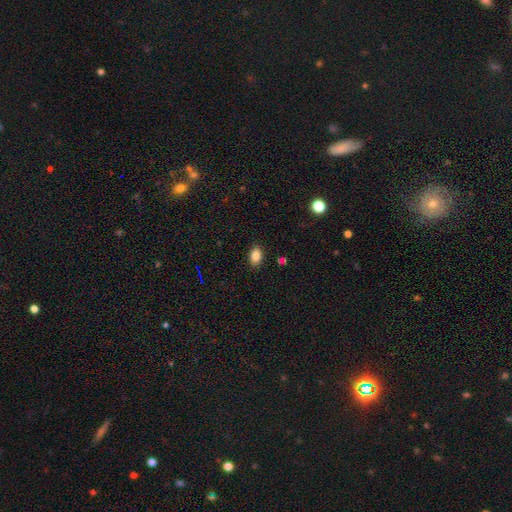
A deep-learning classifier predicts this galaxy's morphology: smooth_or_featured: smooth (p=0.85) [alt: star or artifact p=0.09]
how_rounded: in between (p=0.85) [alt: round p=0.13]
merging: none (p=0.87) [alt: minor disturbance p=0.09]